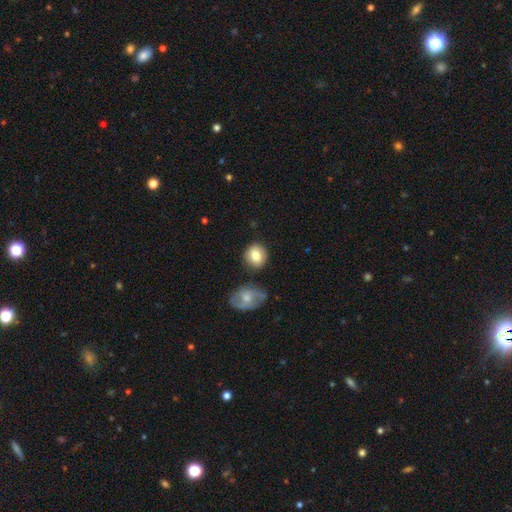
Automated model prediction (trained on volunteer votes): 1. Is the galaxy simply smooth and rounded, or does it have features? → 81% smooth, 12% featured or disk, 8% star or artifact.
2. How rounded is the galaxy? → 81% round, 18% in between, 1% cigar-shaped.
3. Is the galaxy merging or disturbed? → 81% none, 11% minor disturbance, 6% merger, 3% major disturbance.